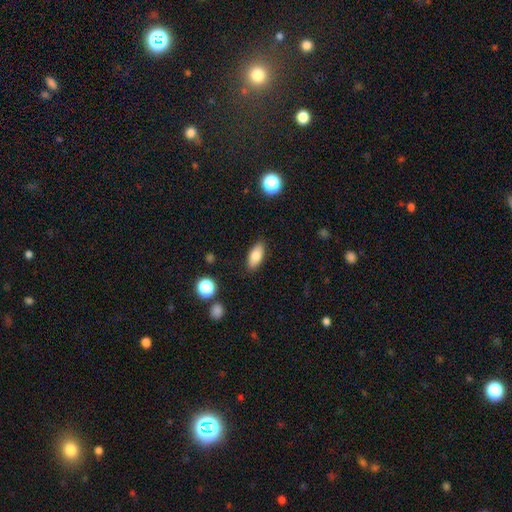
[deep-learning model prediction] This is clearly a smooth galaxy (81%). How rounded: clearly in between (83%). Merging: clearly none (87%).